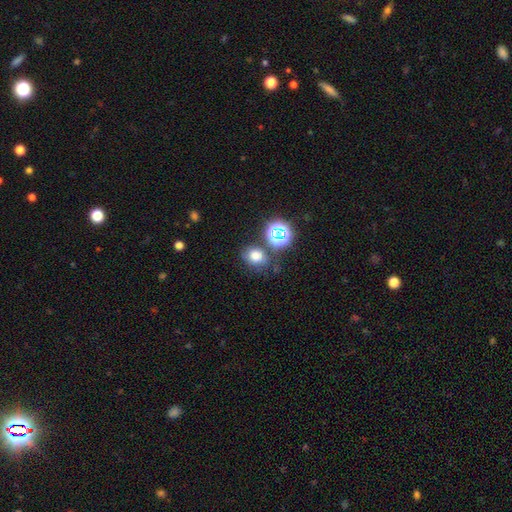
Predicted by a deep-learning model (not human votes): The model was most divided on "how rounded": round: 56%, in between: 43%, cigar-shaped: 1%. More confident: smooth or featured — smooth (69%); merging — none (65%).